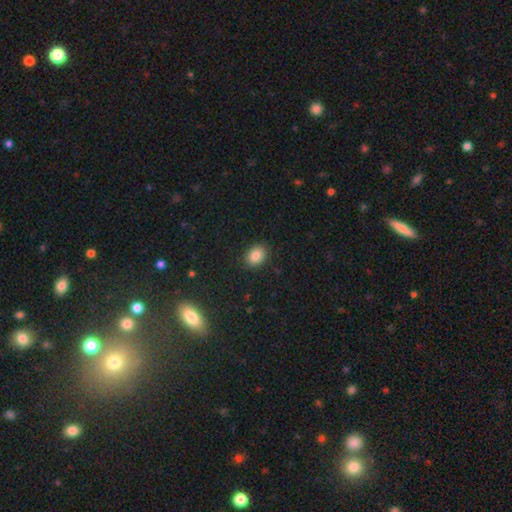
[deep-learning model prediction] This appears to be a smooth galaxy with no disk features (85%) that is in between round and cigar-shaped (65%). Merging: none (88%).